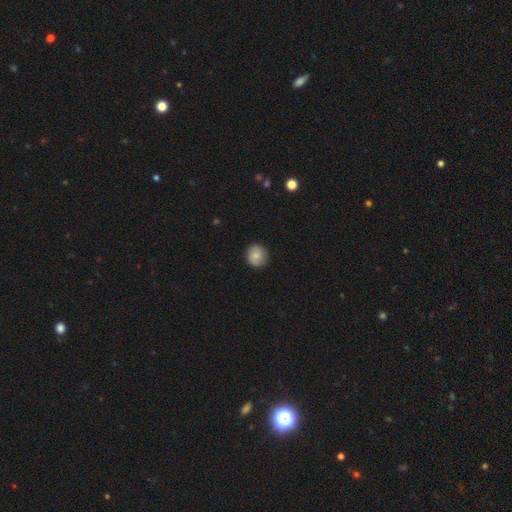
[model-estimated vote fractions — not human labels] smooth-or-featured: smooth: 67% | featured or disk: 25% | star or artifact: 8%
  how-rounded: round: 89% | in between: 10% | cigar-shaped: 1%
  merging: none: 86% | minor disturbance: 10% | major disturbance: 3% | merger: 1%